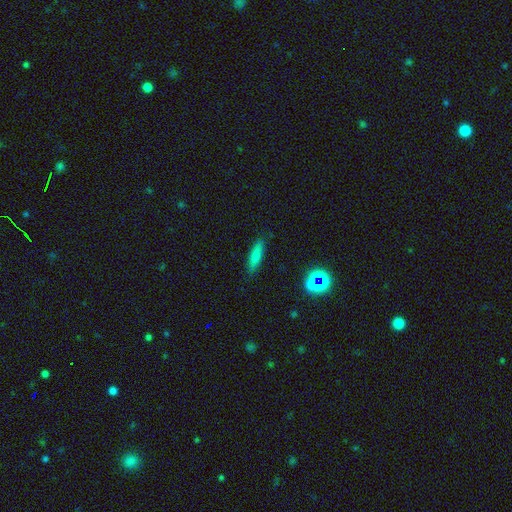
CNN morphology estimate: Smooth or featured?
  - smooth: 77% *
  - featured or disk: 13%
  - star or artifact: 10%
How rounded?
  - cigar-shaped: 74% *
  - in between: 24%
  - round: 2%
Merging?
  - none: 86% *
  - minor disturbance: 10%
  - major disturbance: 2%
  - merger: 2%